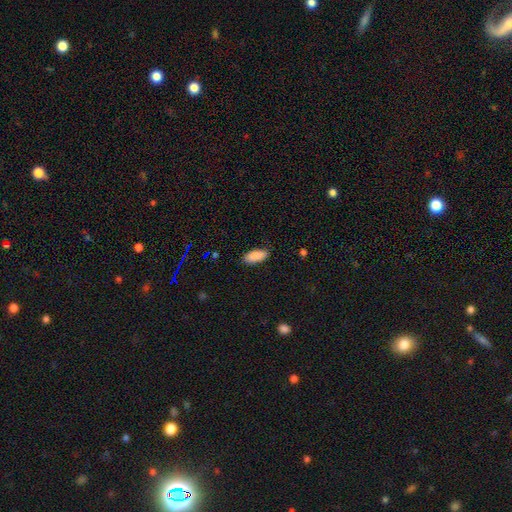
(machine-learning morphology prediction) Smooth or featured? smooth (90%)
How rounded? in between (85%)
Merging? none (86%)